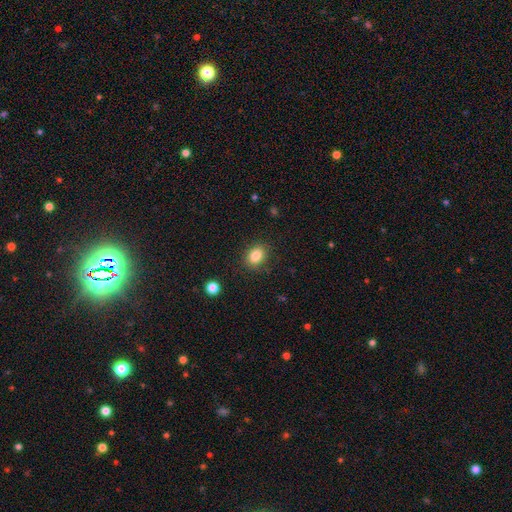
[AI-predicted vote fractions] smooth-or-featured: smooth: 84% | star or artifact: 10% | featured or disk: 6%
  how-rounded: in between: 56% | round: 43% | cigar-shaped: 1%
  merging: none: 85% | minor disturbance: 10% | major disturbance: 3% | merger: 1%